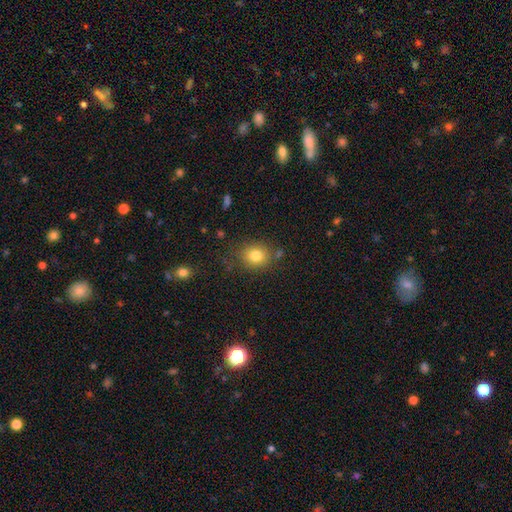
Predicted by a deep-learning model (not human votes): smooth_or_featured: smooth (p=0.80) [alt: star or artifact p=0.12]
how_rounded: round (p=0.73) [alt: in between p=0.26]
merging: none (p=0.79) [alt: minor disturbance p=0.13]